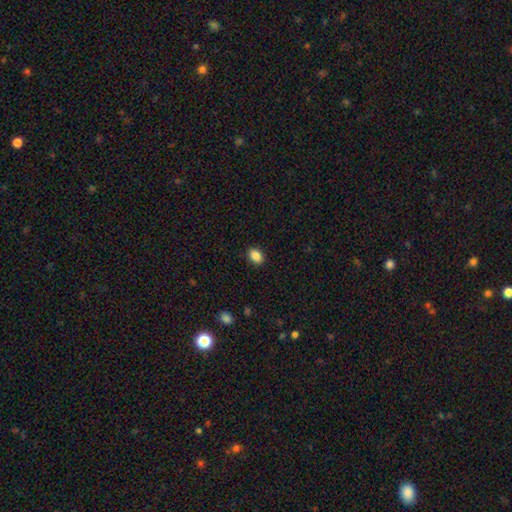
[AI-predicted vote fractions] Q: Smooth or featured?
A: smooth (88%); runner-up: star or artifact (9%)
Q: How rounded?
A: in between (77%); runner-up: round (22%)
Q: Merging?
A: none (89%); runner-up: minor disturbance (8%)